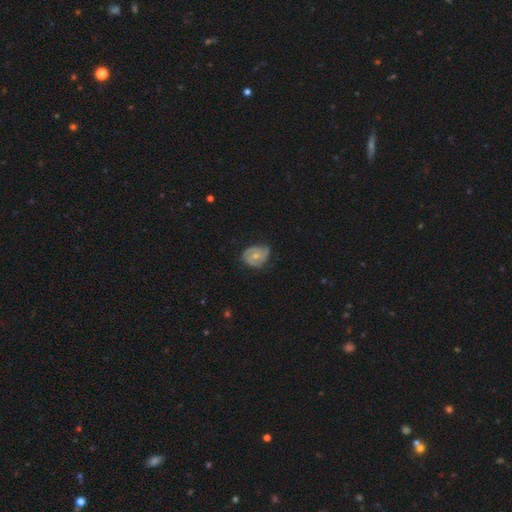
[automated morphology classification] A featured or disk galaxy (72%) with no bar (61%), 2 (63%) tight (53%) spiral arms (91%) and a moderate central bulge (48%).

Vote fractions:
- Smooth or featured? featured or disk: 72% / smooth: 22% / star or artifact: 6%
- Edge-on disk? no: 98% / yes: 2%
- Bar? no: 61% / weak: 33% / strong: 6%
- Spiral arms? yes: 91% / no: 9%
- Spiral winding? tight: 53% / medium: 37% / loose: 10%
- Spiral arm count? 2: 63% / 3: 15% / can't tell: 14% / 1: 4% / 4: 2% / more than 4: 2%
- Bulge size? moderate: 48% / small: 46% / none: 3% / large: 2% / dominant: 1%
- Merging? none: 64% / minor disturbance: 27% / major disturbance: 8% / merger: 1%